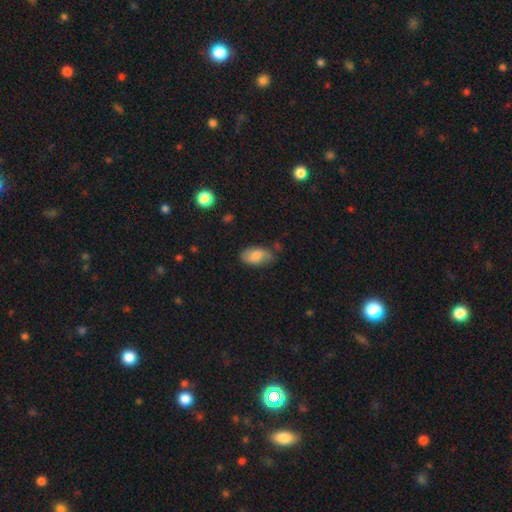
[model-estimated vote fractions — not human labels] Smooth or featured? Predicted: smooth (p=0.72). How rounded? Predicted: in between (p=0.93). Merging? Predicted: none (p=0.65).